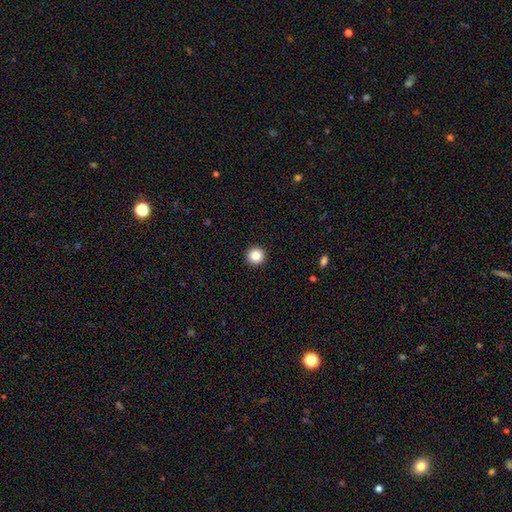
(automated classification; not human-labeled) smooth_or_featured: smooth (p=0.86) [alt: star or artifact p=0.10]
how_rounded: round (p=0.96) [alt: in between p=0.03]
merging: none (p=0.94) [alt: minor disturbance p=0.04]